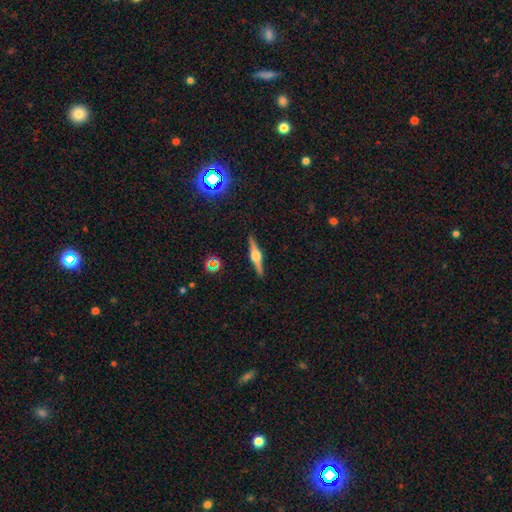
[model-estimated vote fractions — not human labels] featured or disk 81%, smooth 13%, star or artifact 7%. Down the decision tree: edge-on disk — yes (98%); edge-on bulge — rounded (92%); merging — none (91%).